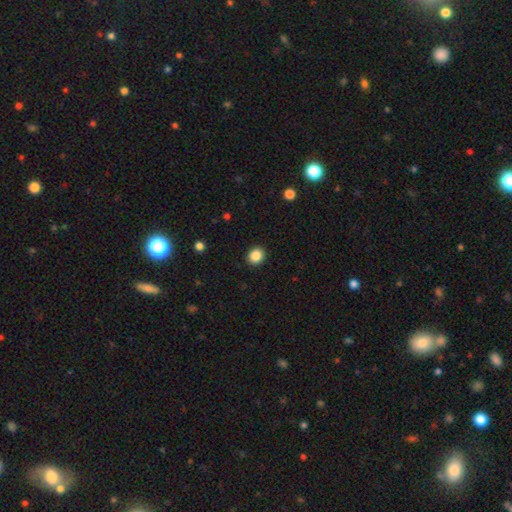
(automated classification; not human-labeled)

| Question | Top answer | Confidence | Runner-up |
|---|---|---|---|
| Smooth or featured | smooth | 86% | star or artifact (10%) |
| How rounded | round | 73% | in between (26%) |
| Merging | none | 92% | minor disturbance (6%) |